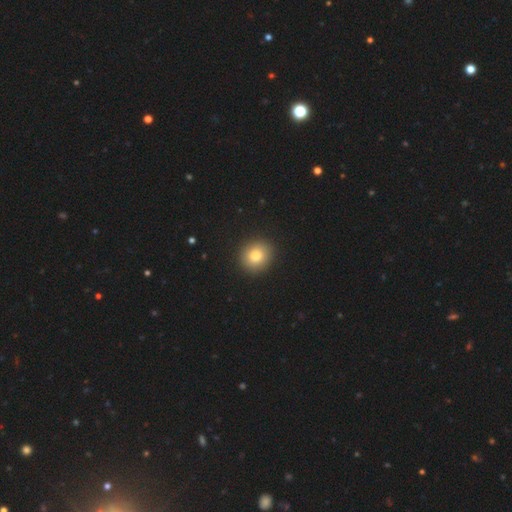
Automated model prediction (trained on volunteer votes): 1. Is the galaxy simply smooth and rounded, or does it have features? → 81% smooth, 10% star or artifact, 8% featured or disk.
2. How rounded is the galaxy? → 86% round, 13% in between, 1% cigar-shaped.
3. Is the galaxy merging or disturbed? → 92% none, 5% minor disturbance, 2% major disturbance, 1% merger.